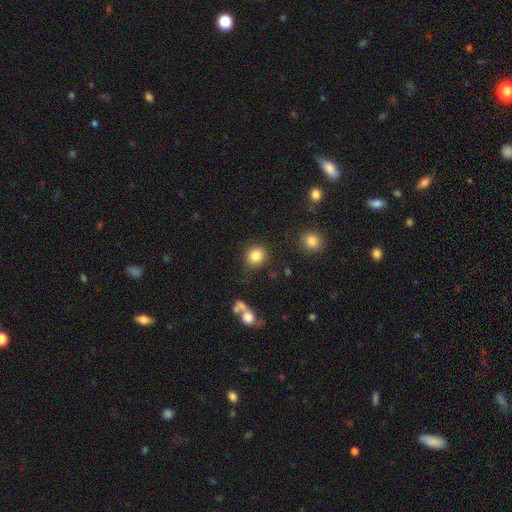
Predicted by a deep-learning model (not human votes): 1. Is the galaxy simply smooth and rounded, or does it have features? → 84% smooth, 10% star or artifact, 6% featured or disk.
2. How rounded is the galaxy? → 81% round, 18% in between, 1% cigar-shaped.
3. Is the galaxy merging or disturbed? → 81% none, 11% minor disturbance, 4% major disturbance, 4% merger.